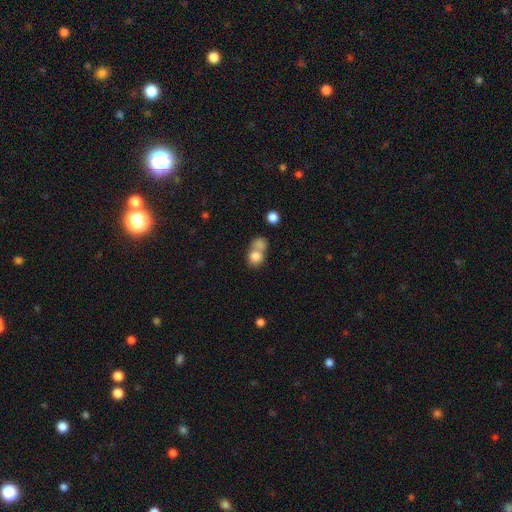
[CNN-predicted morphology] smooth 79%, featured or disk 11%, star or artifact 10%. Down the decision tree: how rounded — round (69%); merging — merger (58%).